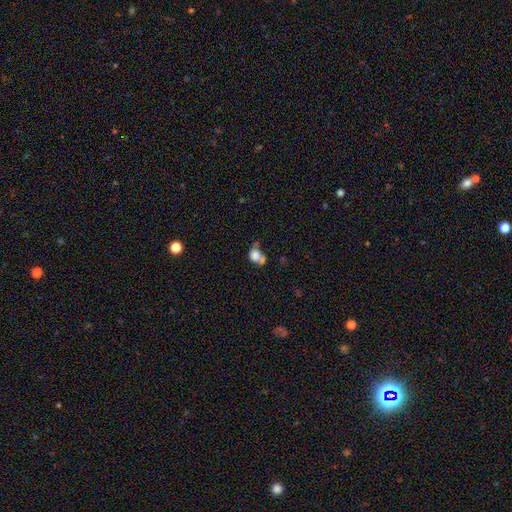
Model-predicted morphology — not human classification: Q: Smooth or featured?
A: smooth (75%); runner-up: featured or disk (14%)
Q: How rounded?
A: round (51%); runner-up: in between (47%)
Q: Merging?
A: merger (37%); runner-up: none (29%)